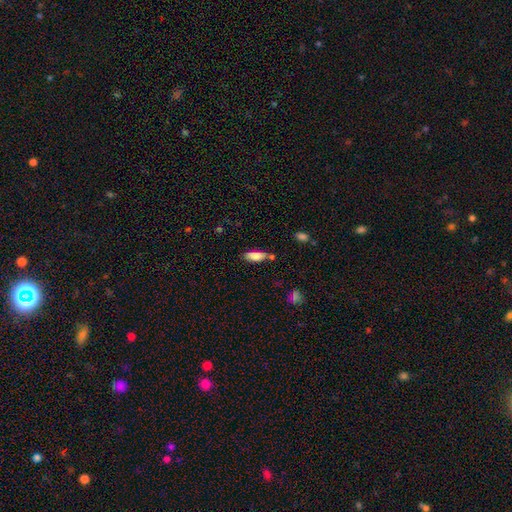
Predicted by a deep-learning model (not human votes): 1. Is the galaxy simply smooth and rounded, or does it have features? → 82% smooth, 11% featured or disk, 7% star or artifact.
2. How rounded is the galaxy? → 70% in between, 28% cigar-shaped, 2% round.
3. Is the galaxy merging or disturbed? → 65% none, 21% minor disturbance, 10% merger, 5% major disturbance.